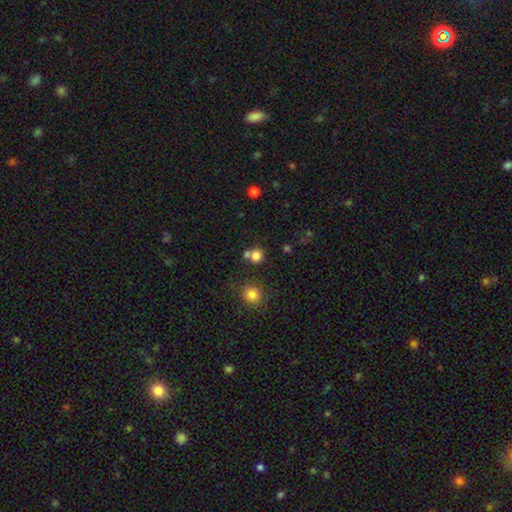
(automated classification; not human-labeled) Q: Smooth or featured?
A: smooth (80%); runner-up: star or artifact (14%)
Q: How rounded?
A: round (88%); runner-up: in between (11%)
Q: Merging?
A: none (62%); runner-up: merger (26%)